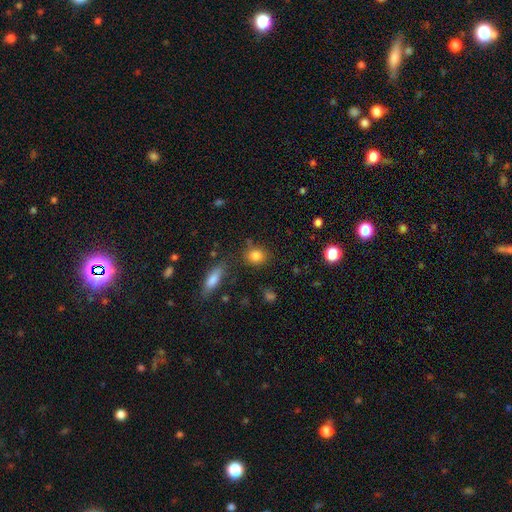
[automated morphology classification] Smooth or featured?
  - smooth: 84% *
  - star or artifact: 10%
  - featured or disk: 6%
How rounded?
  - round: 62% *
  - in between: 36%
  - cigar-shaped: 2%
Merging?
  - none: 76% *
  - minor disturbance: 14%
  - merger: 6%
  - major disturbance: 4%